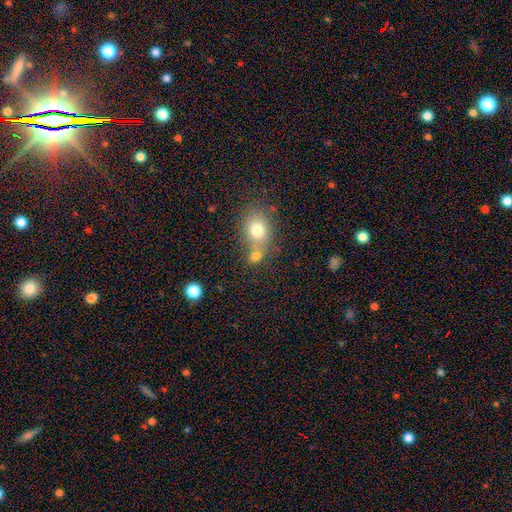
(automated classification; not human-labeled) Morphology: type=smooth (75%); roundness=round (56%); merging=none (43%, tied with merger).